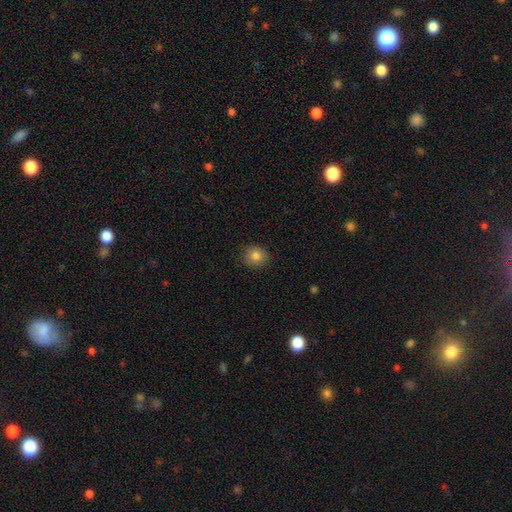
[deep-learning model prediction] Morphology: type=smooth (83%); roundness=round (76%); merging=none (87%).